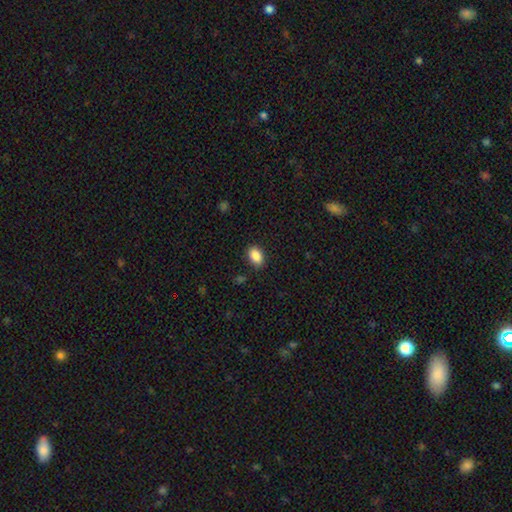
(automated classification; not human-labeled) Overall: smooth (88%). How rounded: in between (86%). Merging: none (85%).